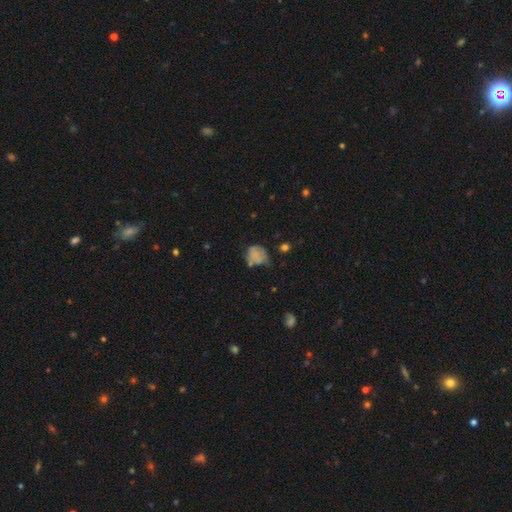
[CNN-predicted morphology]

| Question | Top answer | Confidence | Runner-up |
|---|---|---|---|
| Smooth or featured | smooth | 62% | featured or disk (25%) |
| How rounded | round | 57% | in between (42%) |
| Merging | minor disturbance | 36% | none (33%) |